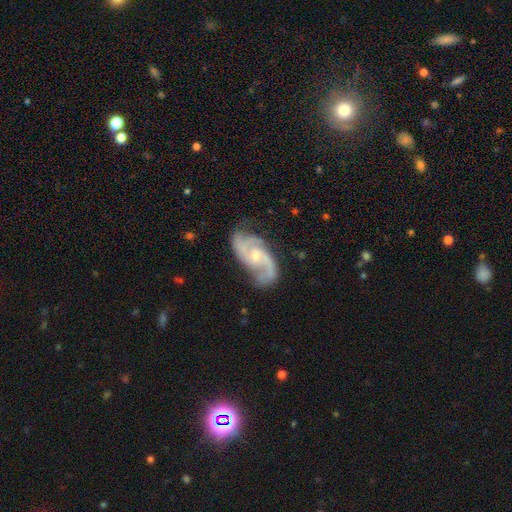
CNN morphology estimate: Smooth or featured: featured or disk — 90% (smooth — 5%)
Edge-on disk: no — 97% (yes — 3%)
Bar: no — 54% (weak — 38%)
Spiral arms: yes — 98% (no — 2%)
Spiral winding: medium — 54% (tight — 23%)
Spiral arm count: 2 — 75% (3 — 13%)
Bulge size: small — 57% (moderate — 37%)
Merging: none — 70% (minor disturbance — 20%)